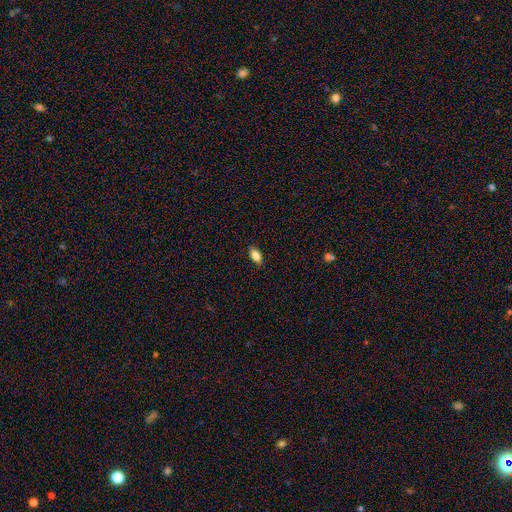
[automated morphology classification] Q: Smooth or featured?
A: smooth (85%); runner-up: star or artifact (8%)
Q: How rounded?
A: in between (90%); runner-up: cigar-shaped (5%)
Q: Merging?
A: none (88%); runner-up: minor disturbance (9%)